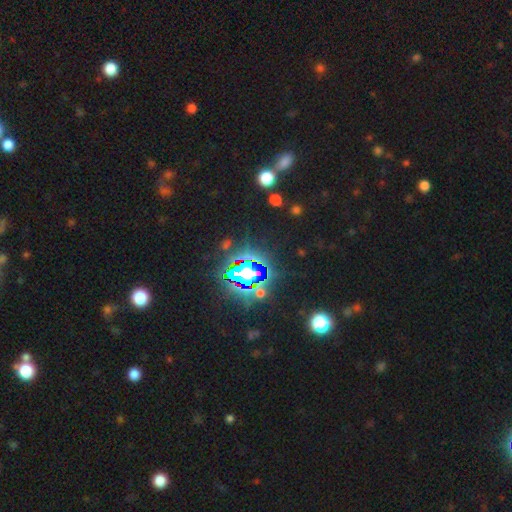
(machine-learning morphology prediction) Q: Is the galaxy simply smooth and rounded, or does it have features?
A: star or artifact — 80%.